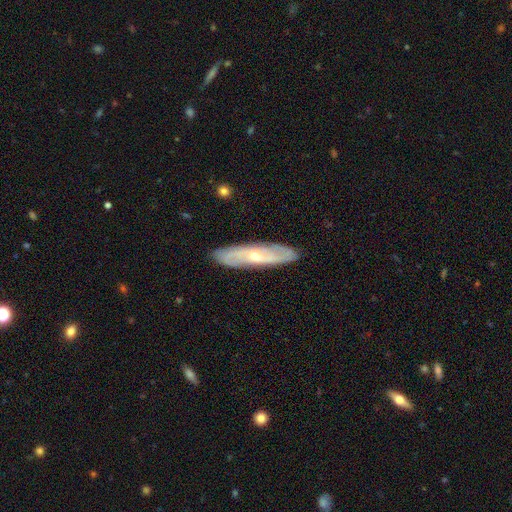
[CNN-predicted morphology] type=featured or disk (67%); edge-on=no (63%); merging=none (87%).